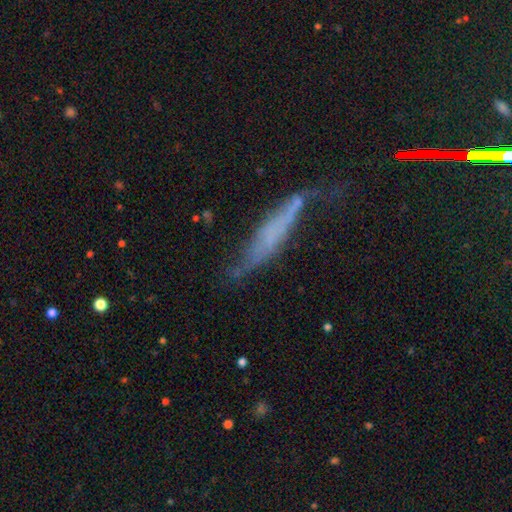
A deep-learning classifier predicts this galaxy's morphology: The model was most divided on "merging": none: 38%, minor disturbance: 30%, major disturbance: 25%, merger: 6%. Remaining: smooth or featured — featured or disk (49%).